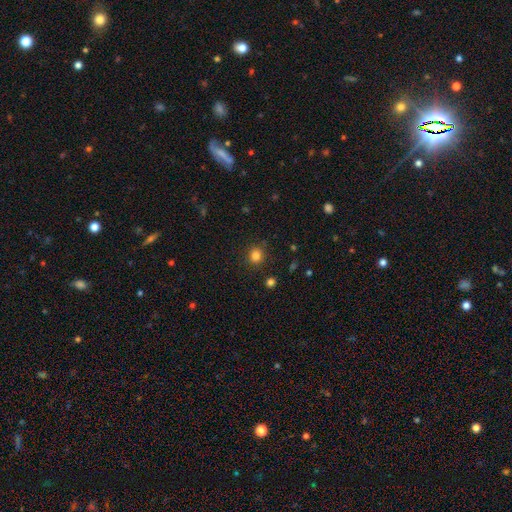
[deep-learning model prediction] smooth 82%, star or artifact 13%, featured or disk 5%. Down the decision tree: how rounded — round (88%); merging — none (88%).